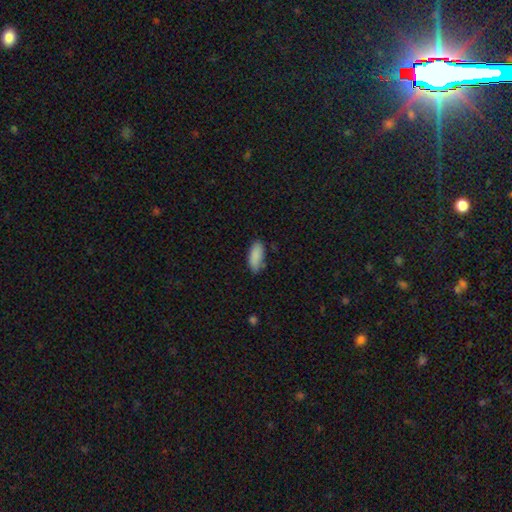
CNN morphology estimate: smooth 88%, star or artifact 7%, featured or disk 5%. Down the decision tree: how rounded — in between (80%); merging — none (74%).